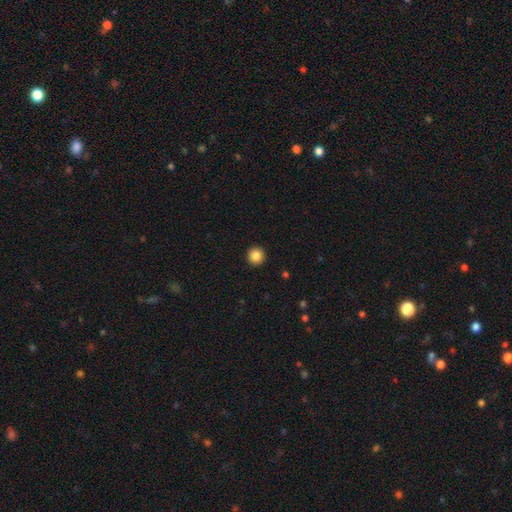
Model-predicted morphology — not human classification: This is clearly a smooth galaxy (86%). How rounded: clearly round (96%). Merging: clearly none (94%).